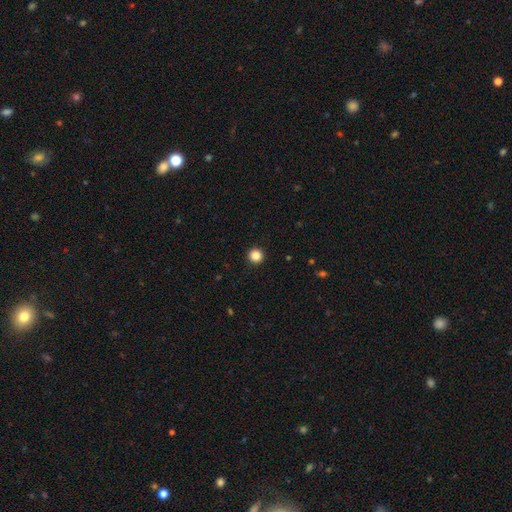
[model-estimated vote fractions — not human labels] The model was most divided on "smooth or featured": smooth: 86%, star or artifact: 11%, featured or disk: 3%. More confident: how rounded — round (96%); merging — none (93%).